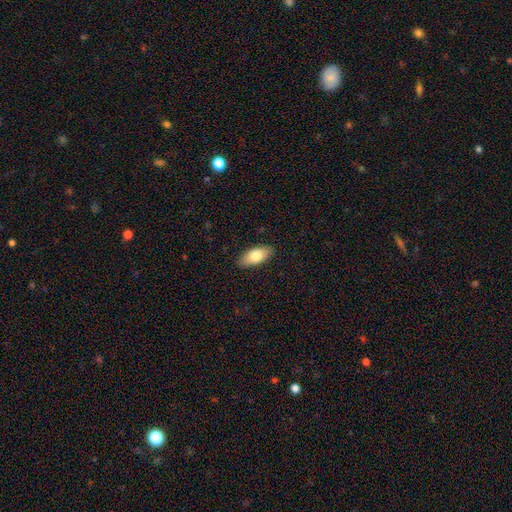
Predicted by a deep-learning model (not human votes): Overall: smooth (79%). How rounded: in between (89%). Merging: none (88%).